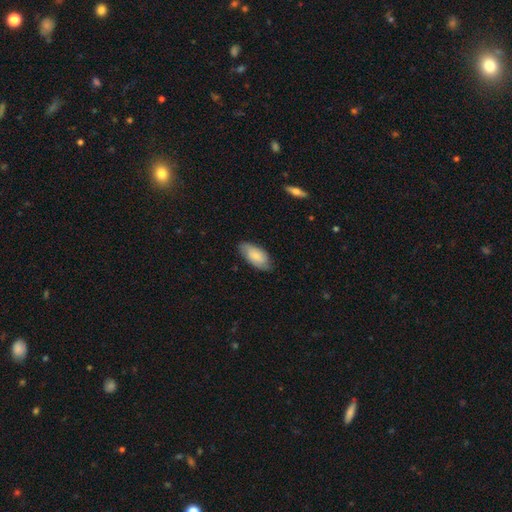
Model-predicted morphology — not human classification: This appears to be a smooth galaxy with no disk features (67%) that is in between round and cigar-shaped (92%). Merging: none (77%).